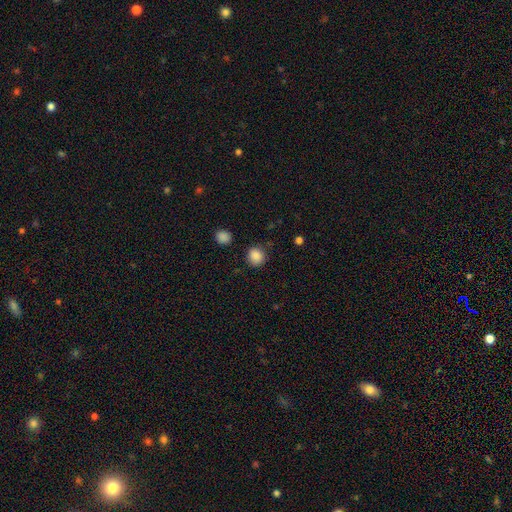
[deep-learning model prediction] Q: Smooth or featured?
A: smooth (87%); runner-up: star or artifact (10%)
Q: How rounded?
A: round (88%); runner-up: in between (11%)
Q: Merging?
A: none (86%); runner-up: minor disturbance (9%)